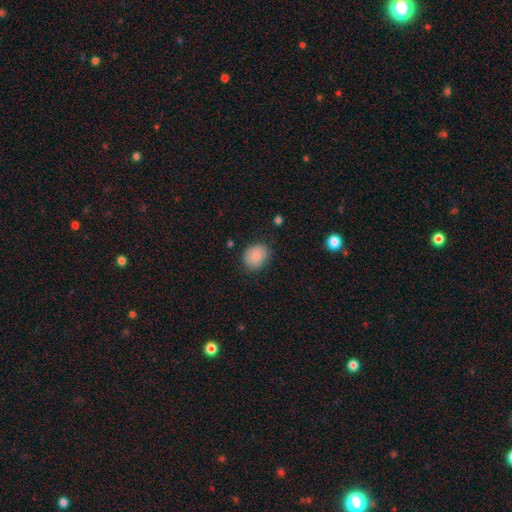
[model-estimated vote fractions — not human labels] smooth-or-featured: smooth: 84% | featured or disk: 8% | star or artifact: 8%
  how-rounded: round: 53% | in between: 46% | cigar-shaped: 1%
  merging: none: 79% | minor disturbance: 16% | major disturbance: 4% | merger: 1%